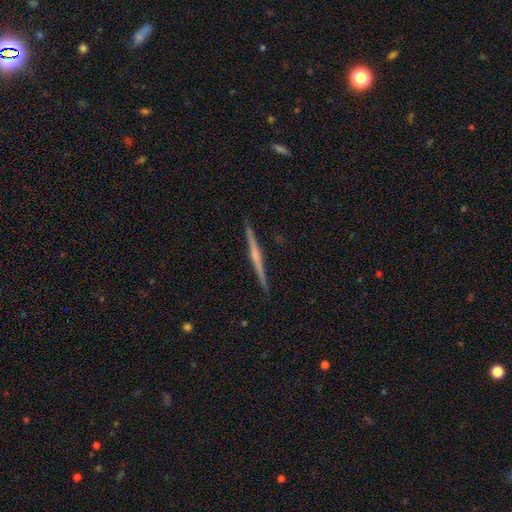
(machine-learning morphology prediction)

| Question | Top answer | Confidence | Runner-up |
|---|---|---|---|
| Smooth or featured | featured or disk | 71% | smooth (23%) |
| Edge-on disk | yes | 98% | no (2%) |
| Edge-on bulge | none | 45% | rounded (42%) |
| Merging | none | 92% | minor disturbance (6%) |